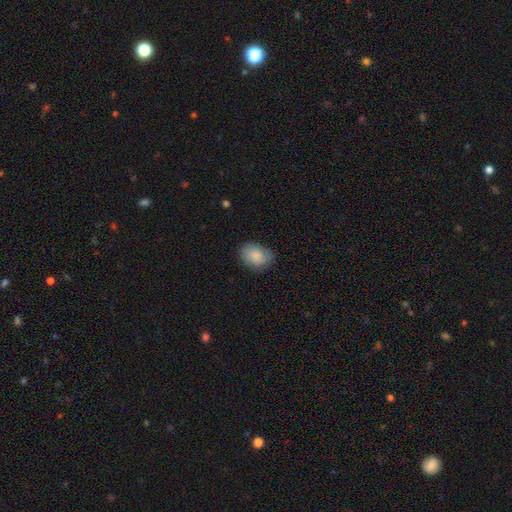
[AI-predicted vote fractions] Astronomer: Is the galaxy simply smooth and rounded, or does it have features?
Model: smooth — 85%.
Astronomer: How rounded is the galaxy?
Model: in between — 68%.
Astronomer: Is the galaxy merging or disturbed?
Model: none — 78%.